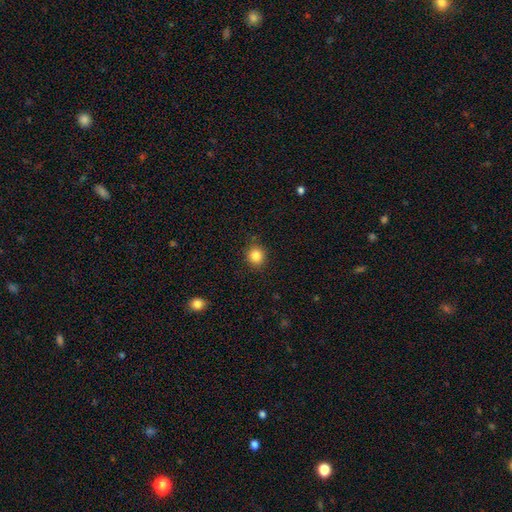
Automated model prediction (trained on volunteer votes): Smooth or featured? smooth (84%)
How rounded? round (82%)
Merging? none (88%)